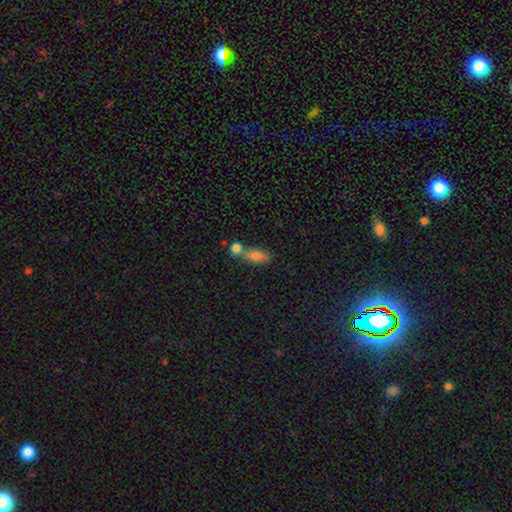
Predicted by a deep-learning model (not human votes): Smooth or featured?
  - smooth: 79% *
  - featured or disk: 11%
  - star or artifact: 10%
How rounded?
  - in between: 75% *
  - cigar-shaped: 18%
  - round: 8%
Merging?
  - none: 44% *
  - merger: 39%
  - minor disturbance: 12%
  - major disturbance: 5%